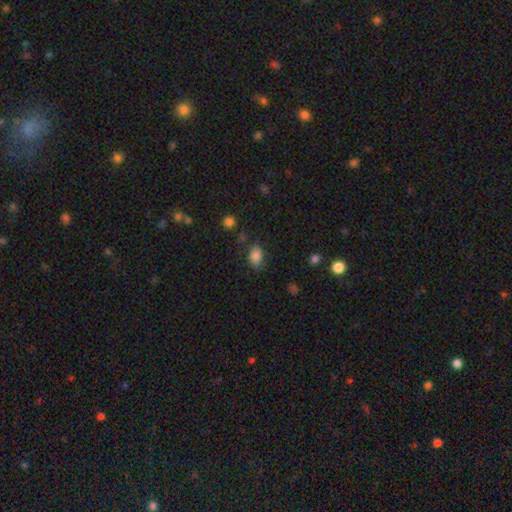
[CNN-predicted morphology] Smooth or featured?
  - smooth: 82% *
  - star or artifact: 10%
  - featured or disk: 7%
How rounded?
  - in between: 81% *
  - round: 17%
  - cigar-shaped: 1%
Merging?
  - none: 66% *
  - minor disturbance: 23%
  - major disturbance: 8%
  - merger: 3%